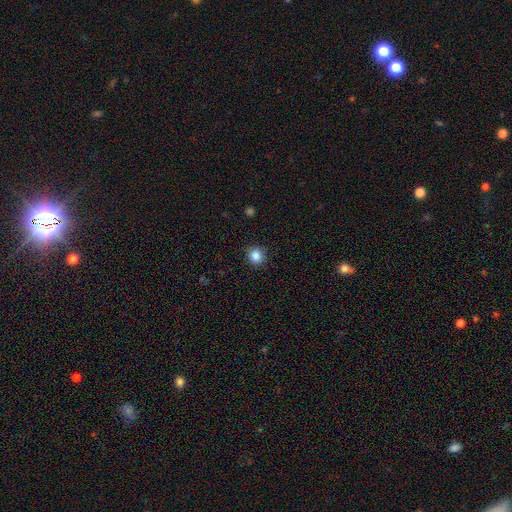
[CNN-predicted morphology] This is clearly a smooth galaxy (86%). How rounded: clearly round (87%). Merging: clearly none (91%).